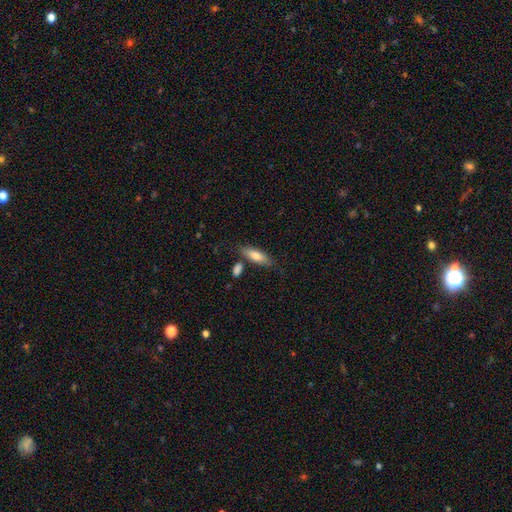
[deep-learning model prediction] The model was most divided on "how rounded": in between: 62%, cigar-shaped: 36%, round: 2%. More confident: smooth or featured — smooth (77%); merging — none (71%).